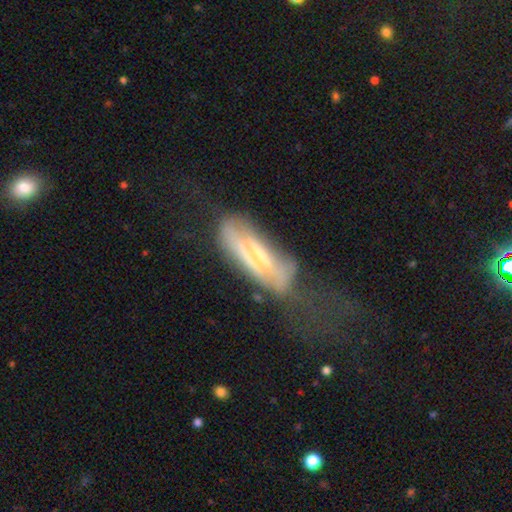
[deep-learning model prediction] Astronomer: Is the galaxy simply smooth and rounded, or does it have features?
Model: featured or disk — 52% (runner-up: smooth, 40%).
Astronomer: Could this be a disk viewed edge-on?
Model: no — 60% (runner-up: yes, 40%).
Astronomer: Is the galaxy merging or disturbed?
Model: major disturbance — 36% (runner-up: none, 32%).